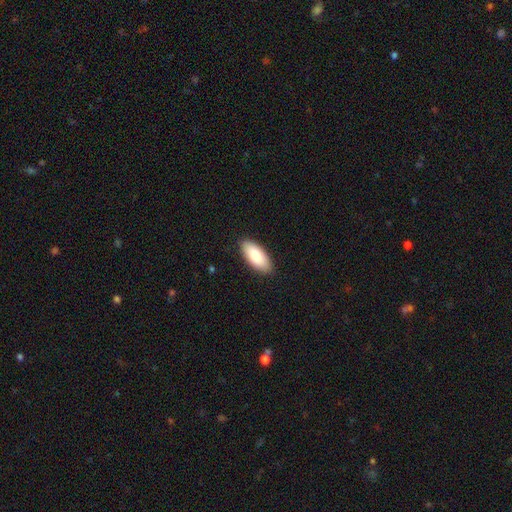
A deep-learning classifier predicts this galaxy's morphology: smooth_or_featured: smooth (p=0.83) [alt: featured or disk p=0.11]
how_rounded: in between (p=0.87) [alt: cigar-shaped p=0.11]
merging: none (p=0.88) [alt: minor disturbance p=0.09]